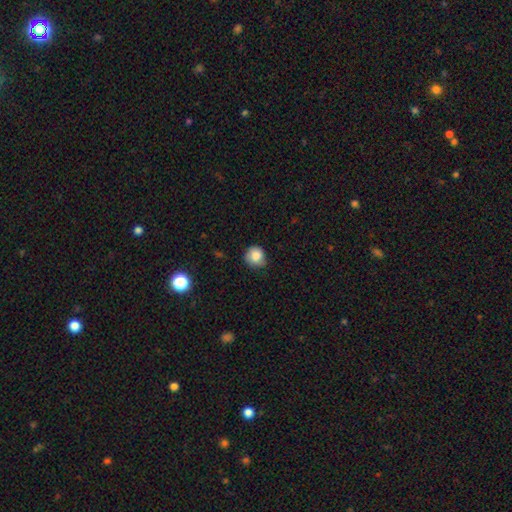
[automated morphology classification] smooth_or_featured: smooth (p=0.83) [alt: star or artifact p=0.10]
how_rounded: round (p=0.87) [alt: in between p=0.13]
merging: none (p=0.66) [alt: minor disturbance p=0.27]